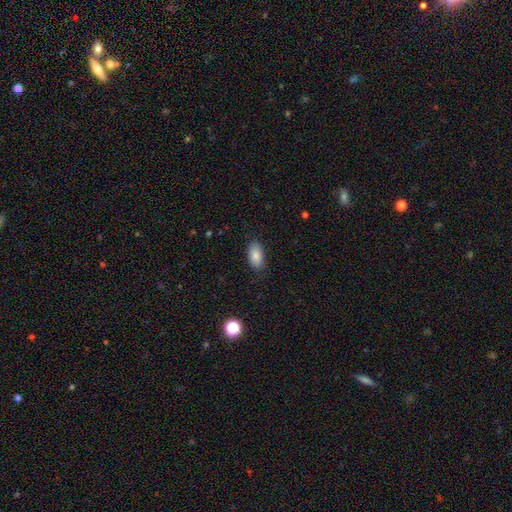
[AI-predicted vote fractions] Smooth or featured: smooth — 83% (featured or disk — 9%)
How rounded: in between — 92% (cigar-shaped — 4%)
Merging: none — 84% (minor disturbance — 13%)